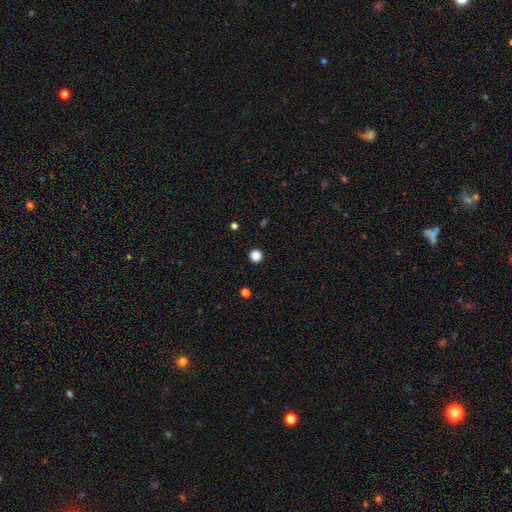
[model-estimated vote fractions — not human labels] Smooth or featured? smooth (85%)
How rounded? round (95%)
Merging? none (93%)